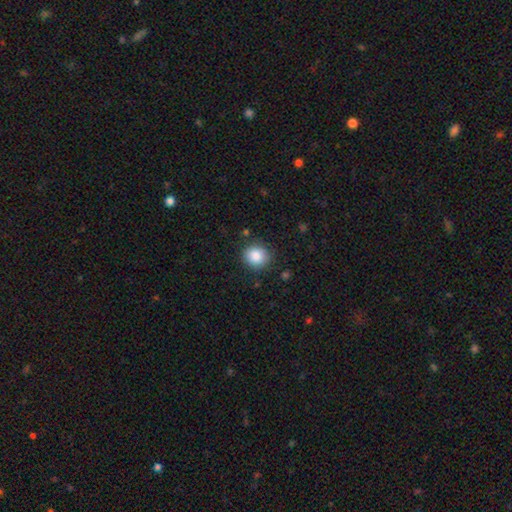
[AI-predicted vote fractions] smooth-or-featured: smooth: 86% | star or artifact: 9% | featured or disk: 5%
  how-rounded: round: 84% | in between: 15% | cigar-shaped: 1%
  merging: none: 87% | minor disturbance: 9% | major disturbance: 3% | merger: 2%